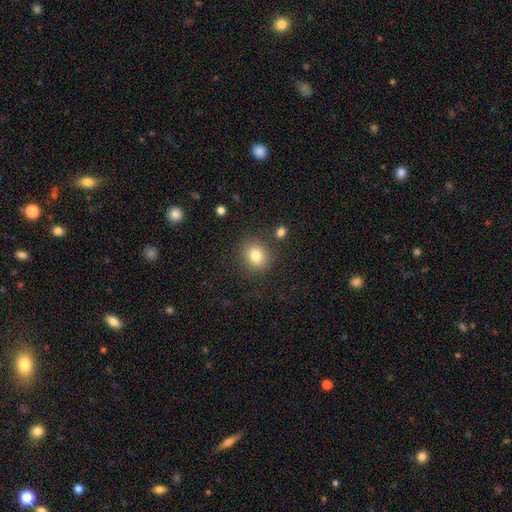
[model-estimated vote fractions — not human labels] smooth_or_featured: smooth (p=0.82) [alt: star or artifact p=0.11]
how_rounded: round (p=0.75) [alt: in between p=0.24]
merging: none (p=0.84) [alt: minor disturbance p=0.09]